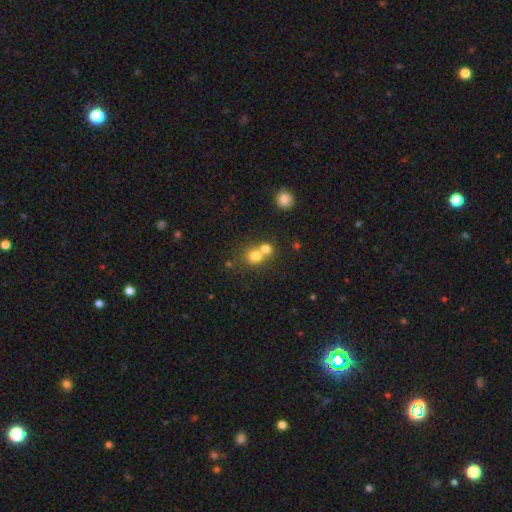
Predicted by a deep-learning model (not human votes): A smooth galaxy with no disk features (75%) that is round (80%). Merging: merger (55%).